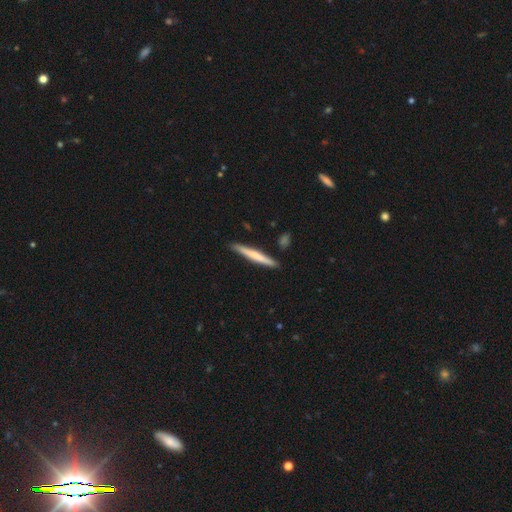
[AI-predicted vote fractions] This appears to be a smooth galaxy with no disk features (60%) that is cigar-shaped (96%). Merging: none (88%).